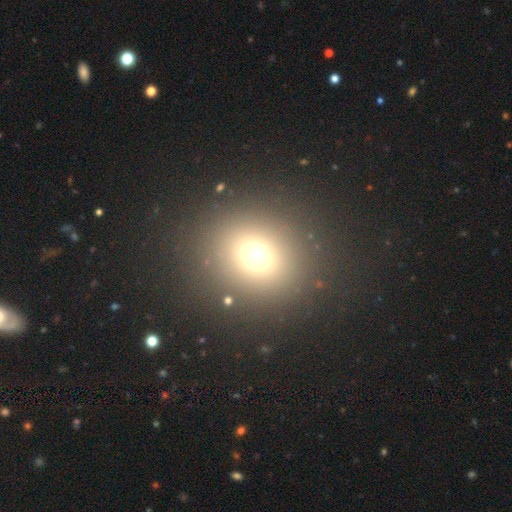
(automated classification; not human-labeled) A smooth galaxy with no disk features (70%) that is round (76%).

Vote fractions:
- Smooth or featured? smooth: 70% / star or artifact: 21% / featured or disk: 9%
- How rounded? round: 76% / in between: 23% / cigar-shaped: 1%
- Merging? none: 85% / minor disturbance: 7% / major disturbance: 5% / merger: 2%